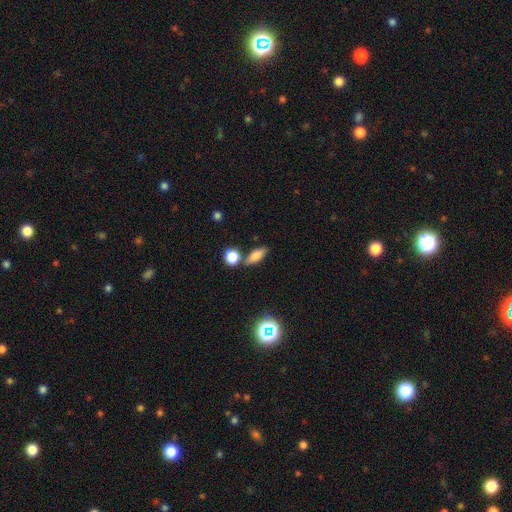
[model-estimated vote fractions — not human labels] A smooth galaxy with no disk features (73%) that is in between round and cigar-shaped (62%).

Vote fractions:
- Smooth or featured? smooth: 73% / featured or disk: 16% / star or artifact: 11%
- How rounded? in between: 62% / cigar-shaped: 29% / round: 9%
- Merging? none: 73% / minor disturbance: 12% / merger: 11% / major disturbance: 3%